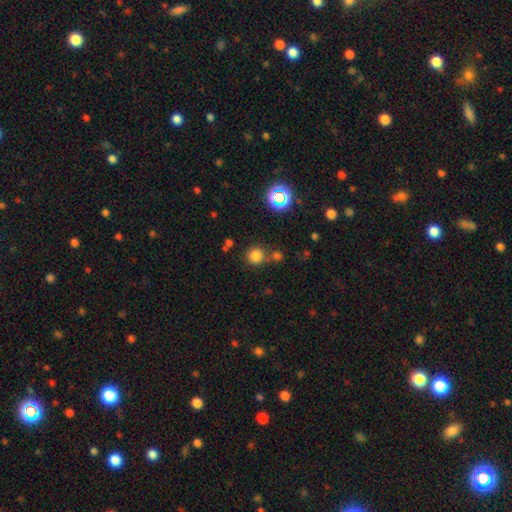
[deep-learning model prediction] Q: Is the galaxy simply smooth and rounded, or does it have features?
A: smooth — 77%.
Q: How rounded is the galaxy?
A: round — 92%.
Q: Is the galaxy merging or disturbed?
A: none — 72%.